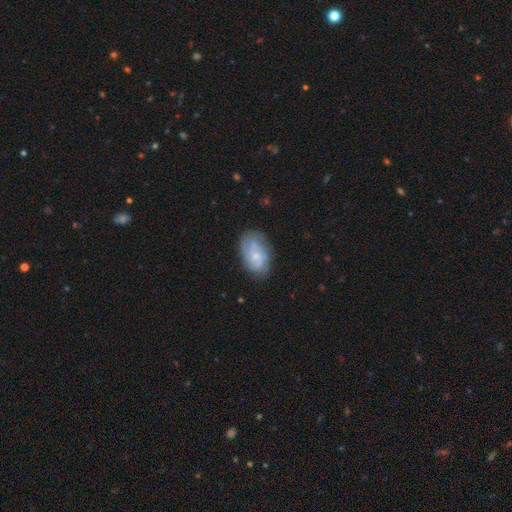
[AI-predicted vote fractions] Q: Smooth or featured?
A: featured or disk (61%); runner-up: smooth (31%)
Q: Edge-on disk?
A: no (97%); runner-up: yes (3%)
Q: Bar?
A: no (68%); runner-up: weak (28%)
Q: Spiral arms?
A: yes (77%); runner-up: no (23%)
Q: Bulge size?
A: small (64%); runner-up: moderate (24%)
Q: Merging?
A: none (66%); runner-up: minor disturbance (22%)